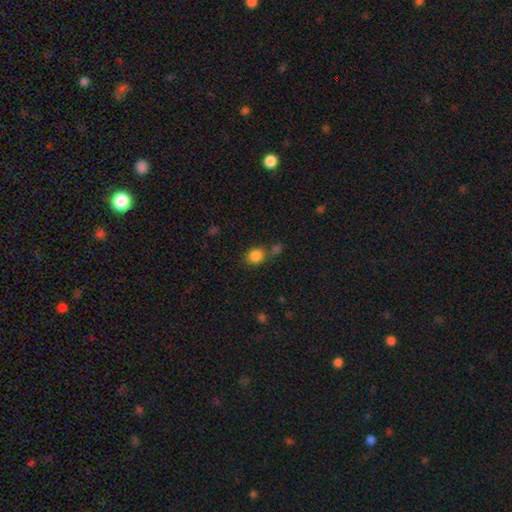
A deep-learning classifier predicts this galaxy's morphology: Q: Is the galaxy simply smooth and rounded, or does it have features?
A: smooth — 85%.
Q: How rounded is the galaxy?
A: round — 71%.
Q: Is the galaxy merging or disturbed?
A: none — 62%.